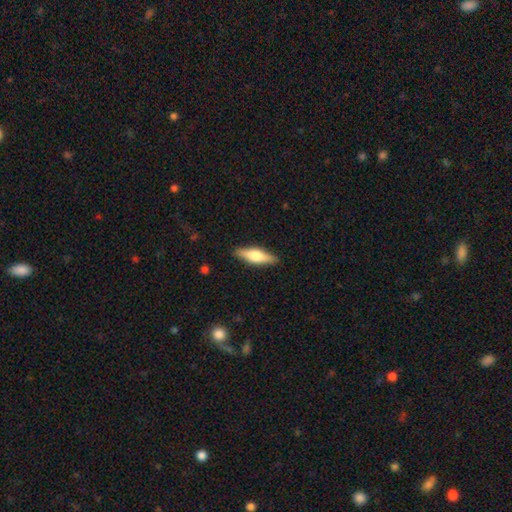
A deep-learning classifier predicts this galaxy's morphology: Smooth or featured?
  - smooth: 48% *
  - featured or disk: 46%
  - star or artifact: 5%
Merging?
  - none: 89% *
  - minor disturbance: 8%
  - major disturbance: 2%
  - merger: 1%